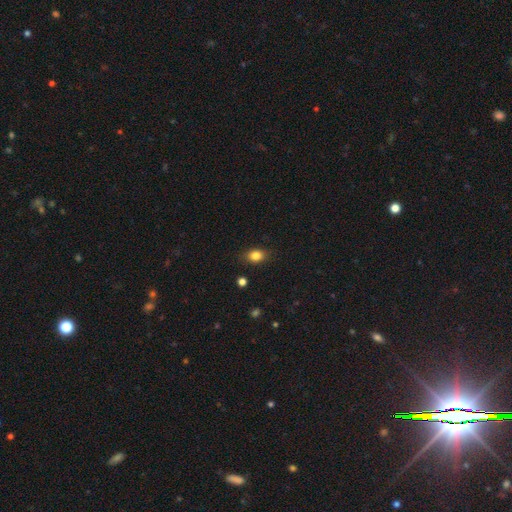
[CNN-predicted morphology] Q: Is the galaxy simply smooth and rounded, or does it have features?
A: smooth — 83%.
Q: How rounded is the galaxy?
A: in between — 70%.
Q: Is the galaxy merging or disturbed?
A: none — 84%.